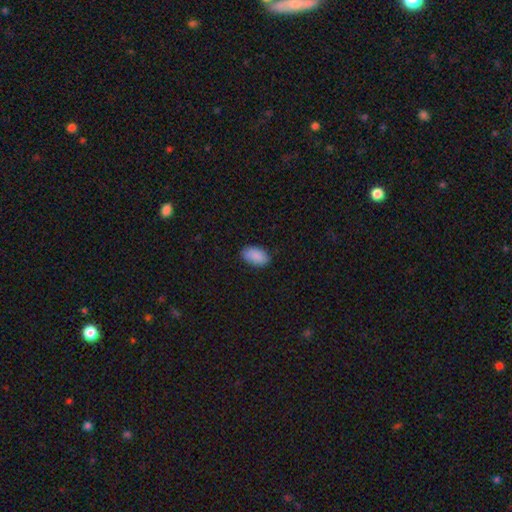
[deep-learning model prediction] smooth_or_featured: smooth (p=0.88) [alt: star or artifact p=0.07]
how_rounded: in between (p=0.93) [alt: round p=0.06]
merging: none (p=0.82) [alt: minor disturbance p=0.15]